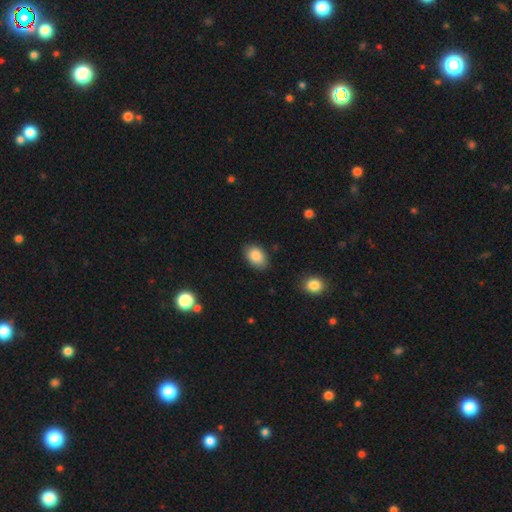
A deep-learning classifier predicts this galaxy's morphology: Q: Smooth or featured?
A: smooth (86%); runner-up: star or artifact (8%)
Q: How rounded?
A: in between (85%); runner-up: round (13%)
Q: Merging?
A: none (82%); runner-up: minor disturbance (14%)